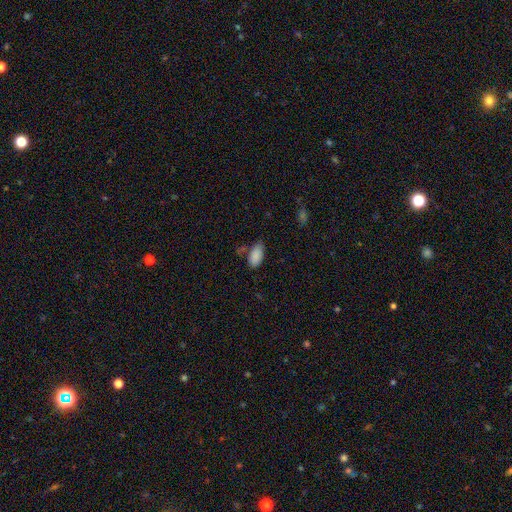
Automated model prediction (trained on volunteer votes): Morphology: type=smooth (87%); roundness=in between (94%); merging=none (63%).